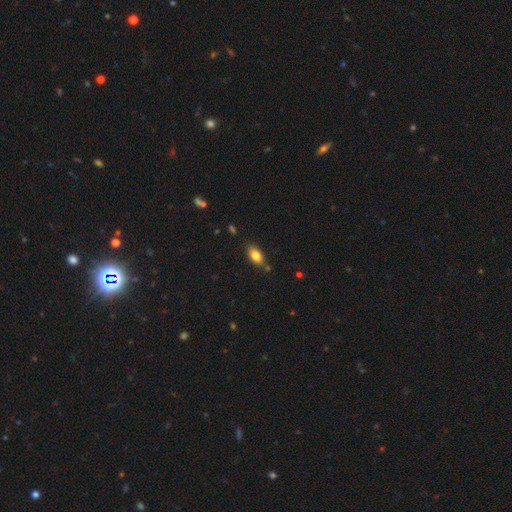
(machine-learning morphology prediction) Overall: smooth (81%). How rounded: in between (88%). Merging: none (76%).